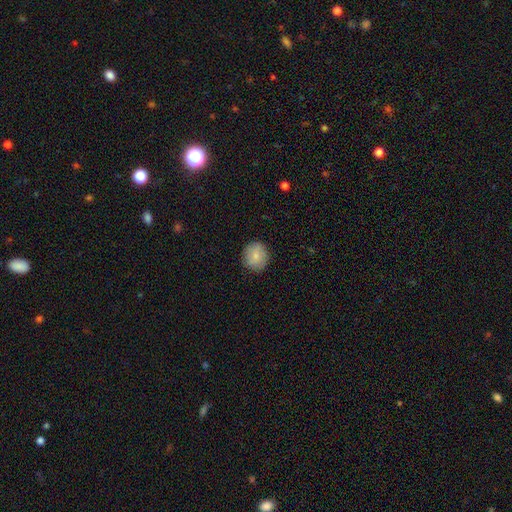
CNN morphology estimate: The model was most divided on "smooth or featured": smooth: 79%, featured or disk: 13%, star or artifact: 8%. More confident: merging — none (86%); how rounded — round (84%).